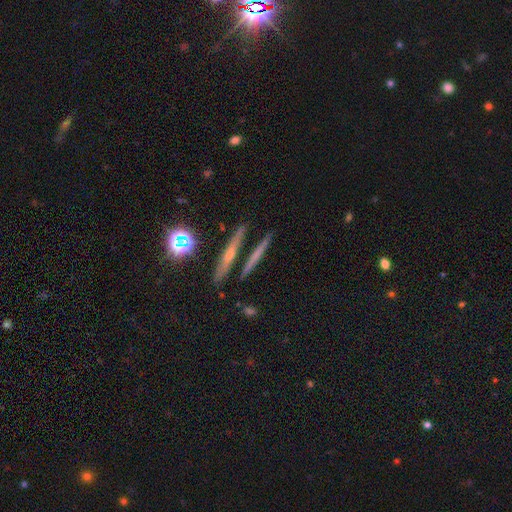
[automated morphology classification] Smooth or featured: featured or disk — 51% (smooth — 34%)
Edge-on disk: yes — 93% (no — 7%)
Merging: none — 85% (minor disturbance — 7%)